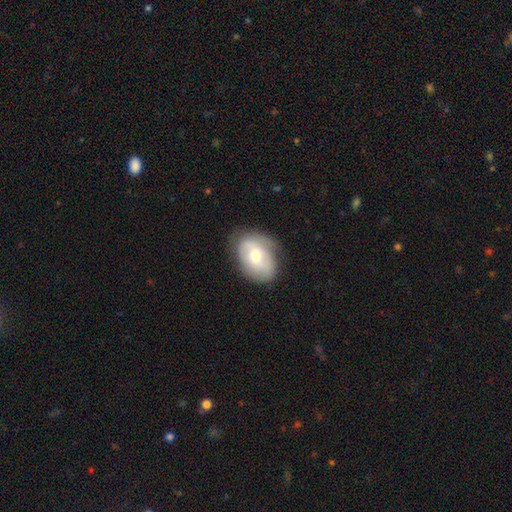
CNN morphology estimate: Q: Smooth or featured?
A: smooth (53%); runner-up: featured or disk (40%)
Q: How rounded?
A: in between (78%); runner-up: round (21%)
Q: Merging?
A: none (67%); runner-up: minor disturbance (24%)